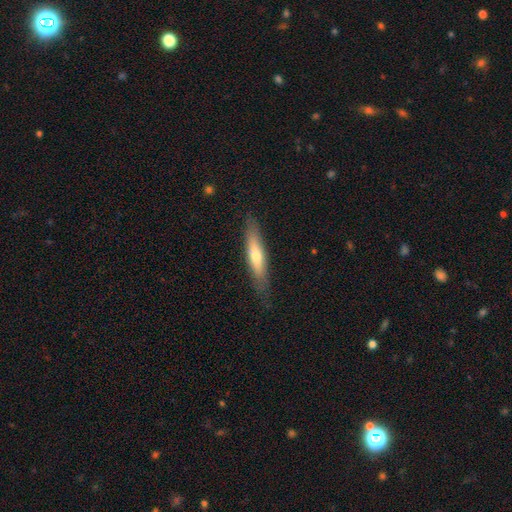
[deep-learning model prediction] Overall: smooth (54%; featured or disk 40%). How rounded: cigar-shaped (83%). Merging: none (83%).